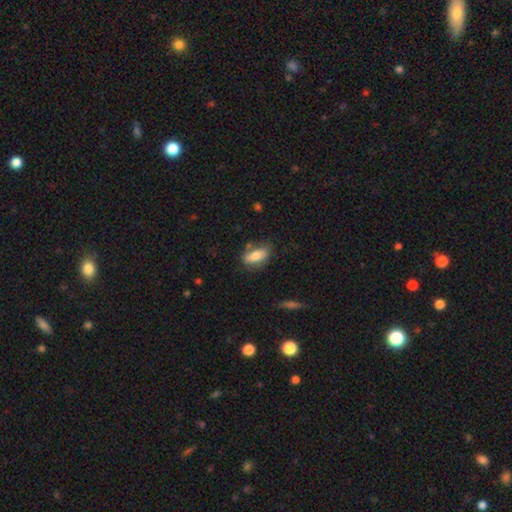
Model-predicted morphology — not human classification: This is likely a smooth galaxy (70%). How rounded: clearly in between (82%). Merging: likely none (66%).